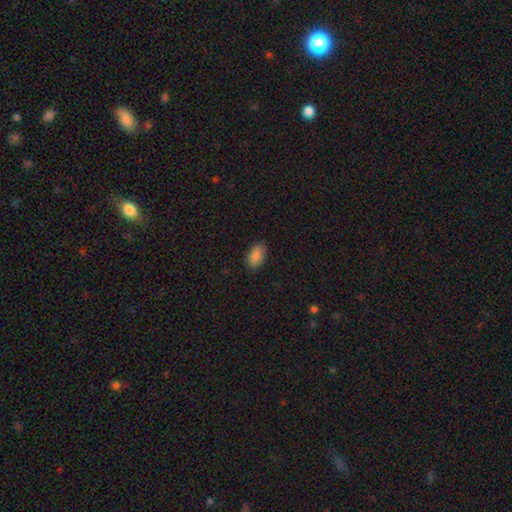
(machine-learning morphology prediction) Smooth or featured: smooth — 87% (star or artifact — 7%)
How rounded: in between — 93% (round — 5%)
Merging: none — 87% (minor disturbance — 10%)